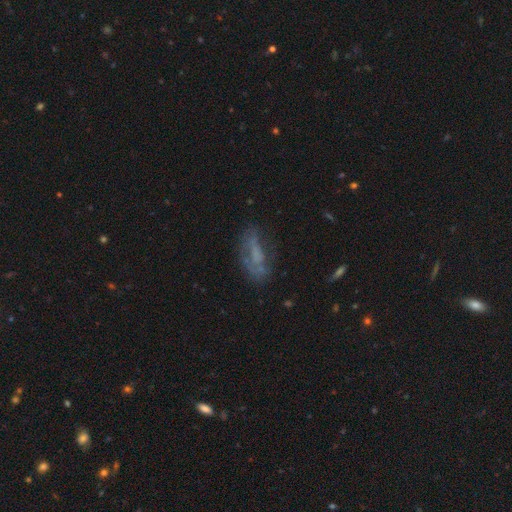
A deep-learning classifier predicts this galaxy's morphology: type=smooth (44%); merging=none (56%).